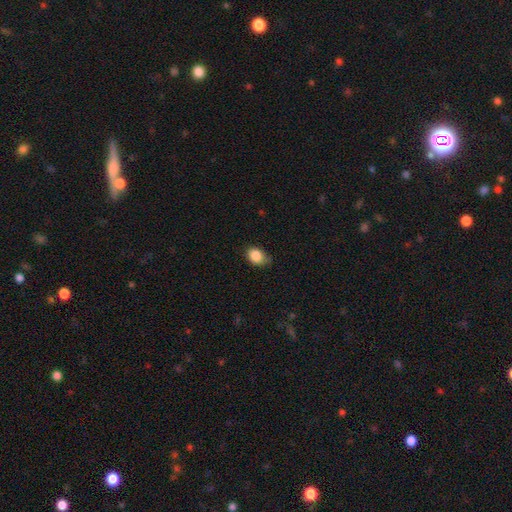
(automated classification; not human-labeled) A smooth galaxy with no disk features (86%) that is in between round and cigar-shaped (63%). Merging: none (63%).